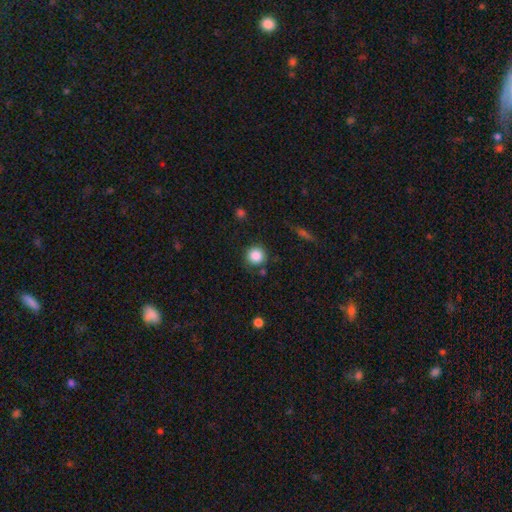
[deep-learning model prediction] smooth 87%, star or artifact 10%, featured or disk 4%. Down the decision tree: how rounded — round (94%); merging — none (84%).